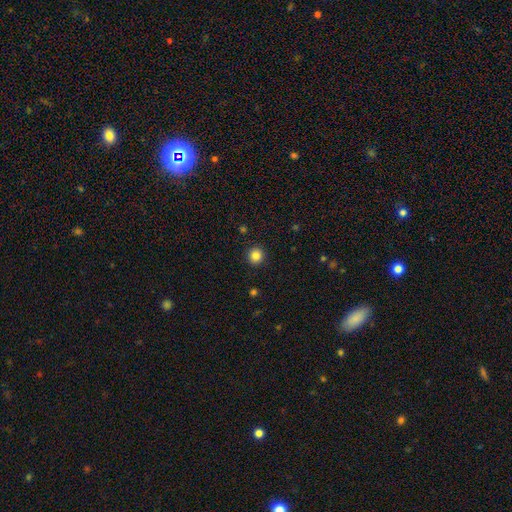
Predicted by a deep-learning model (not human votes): A smooth galaxy with no disk features (84%) that is round (94%). Merging: none (93%).